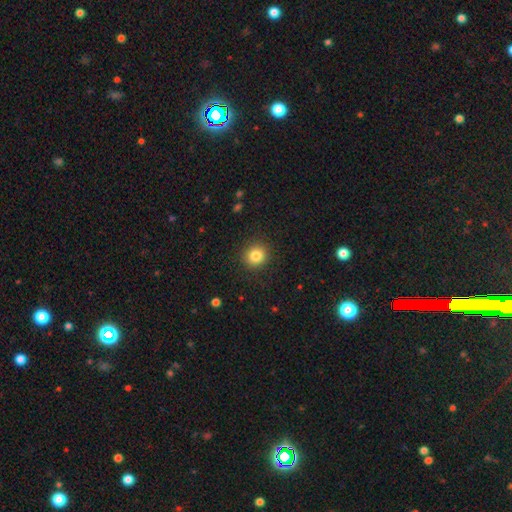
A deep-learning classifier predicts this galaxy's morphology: Q: Smooth or featured?
A: smooth (83%); runner-up: star or artifact (11%)
Q: How rounded?
A: round (89%); runner-up: in between (10%)
Q: Merging?
A: none (90%); runner-up: minor disturbance (7%)